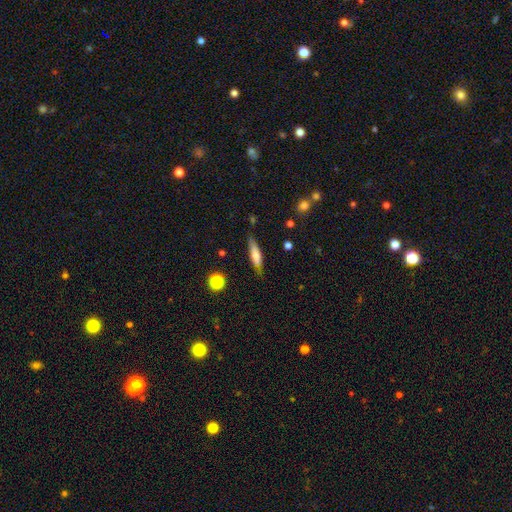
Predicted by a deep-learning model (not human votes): Smooth or featured: smooth — 63% (featured or disk — 30%)
How rounded: cigar-shaped — 74% (in between — 24%)
Merging: none — 75% (minor disturbance — 18%)